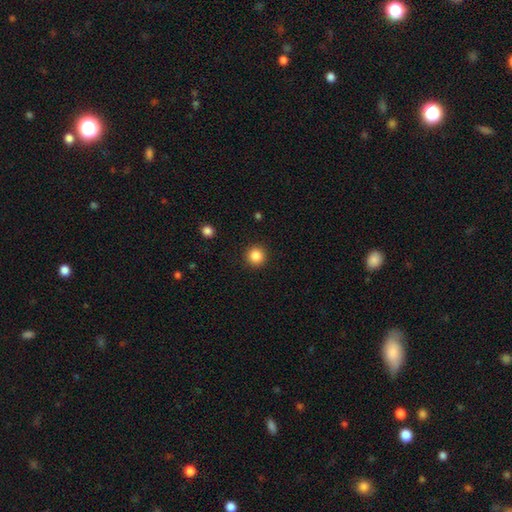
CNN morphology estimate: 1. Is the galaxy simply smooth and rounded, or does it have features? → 86% smooth, 10% star or artifact, 4% featured or disk.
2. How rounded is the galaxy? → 95% round, 4% in between, 1% cigar-shaped.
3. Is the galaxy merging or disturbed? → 92% none, 5% minor disturbance, 2% major disturbance, 1% merger.